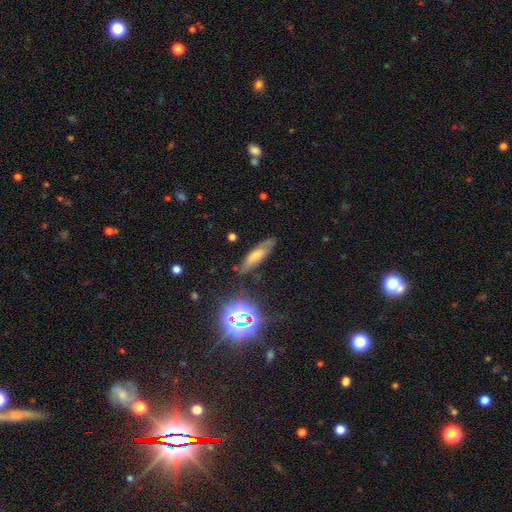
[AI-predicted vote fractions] Smooth or featured: smooth — 42% (featured or disk — 34%)
Merging: none — 74% (minor disturbance — 18%)